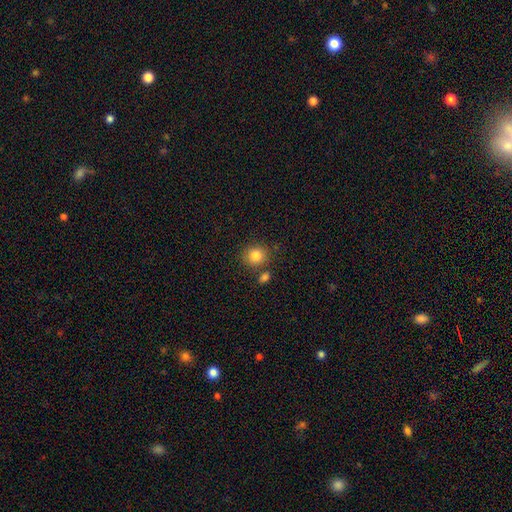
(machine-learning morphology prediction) A smooth galaxy with no disk features (84%) that is round (81%).

Vote fractions:
- Smooth or featured? smooth: 84% / star or artifact: 10% / featured or disk: 6%
- How rounded? round: 81% / in between: 18% / cigar-shaped: 1%
- Merging? none: 74% / merger: 12% / minor disturbance: 11% / major disturbance: 3%